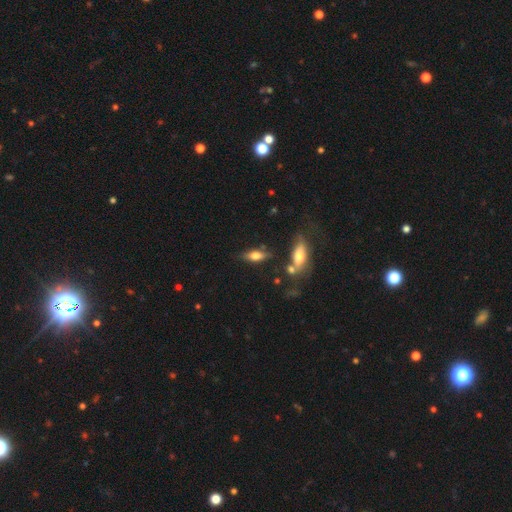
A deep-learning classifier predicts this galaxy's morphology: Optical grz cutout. It shows a smooth galaxy with no disk features (58%) that is in between round and cigar-shaped (64%). Merging: none (70%).